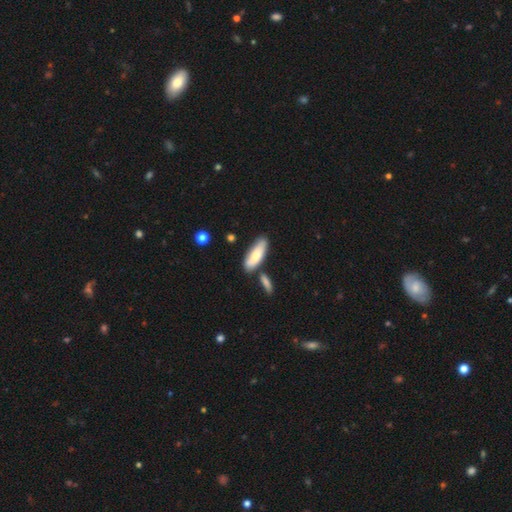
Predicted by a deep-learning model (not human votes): Smooth or featured: smooth — 72% (featured or disk — 22%)
How rounded: in between — 64% (cigar-shaped — 34%)
Merging: none — 67% (minor disturbance — 16%)